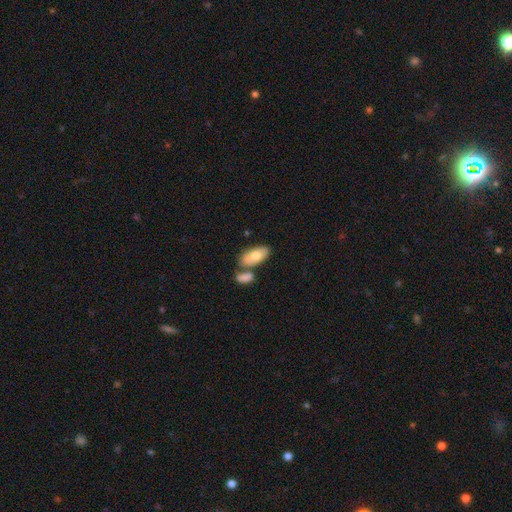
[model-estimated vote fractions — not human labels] Q: Smooth or featured?
A: smooth (73%); runner-up: featured or disk (22%)
Q: How rounded?
A: in between (92%); runner-up: cigar-shaped (5%)
Q: Merging?
A: none (55%); runner-up: merger (28%)